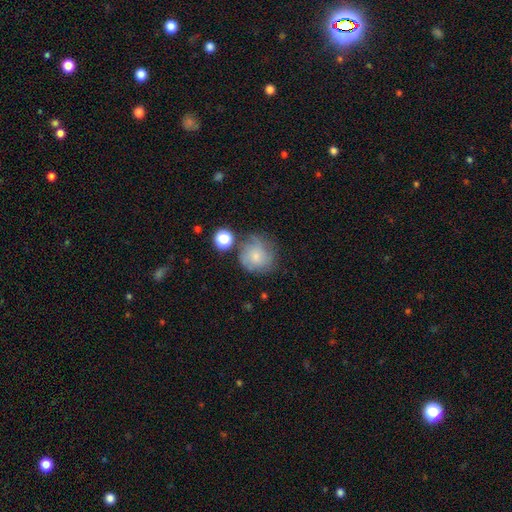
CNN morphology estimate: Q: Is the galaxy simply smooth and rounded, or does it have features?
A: smooth — 53%.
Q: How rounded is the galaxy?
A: round — 87%.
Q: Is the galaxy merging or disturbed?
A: none — 56%.